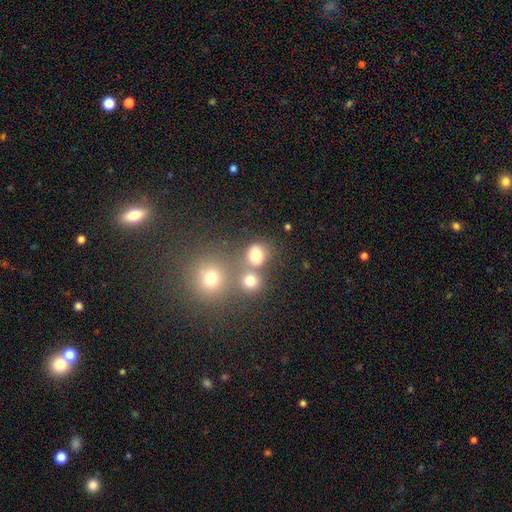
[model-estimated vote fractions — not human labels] smooth-or-featured: smooth: 75% | star or artifact: 17% | featured or disk: 8%
  how-rounded: round: 78% | in between: 21% | cigar-shaped: 1%
  merging: none: 59% | merger: 27% | minor disturbance: 9% | major disturbance: 5%